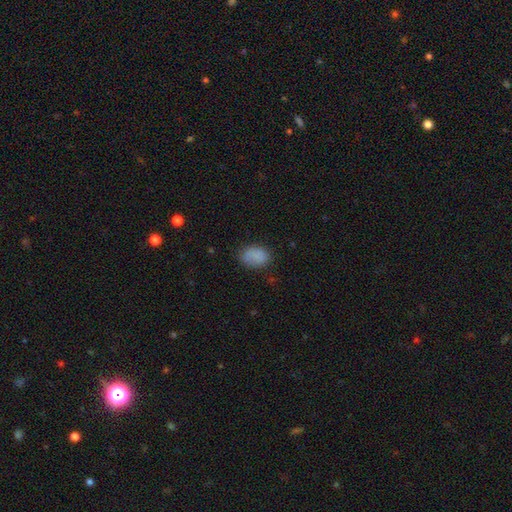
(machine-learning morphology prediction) Overall: smooth (84%). How rounded: in between (74%). Merging: none (73%).